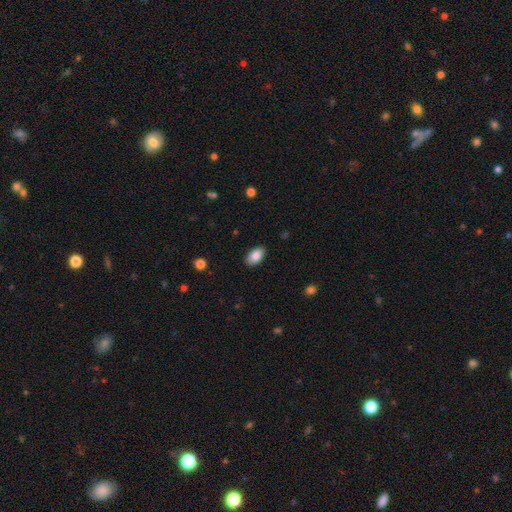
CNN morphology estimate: Smooth or featured? smooth (88%)
How rounded? in between (94%)
Merging? none (88%)